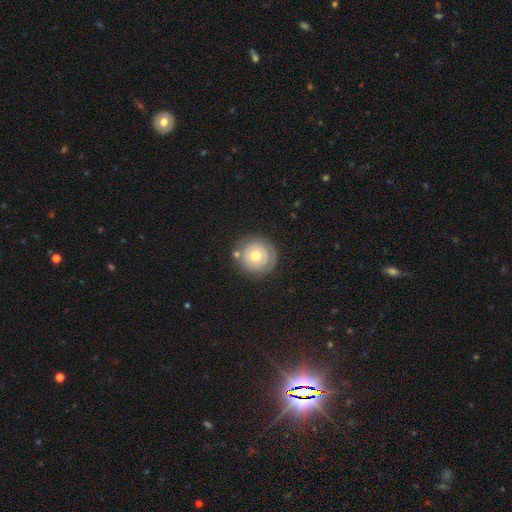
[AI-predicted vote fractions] smooth 51%, featured or disk 42%, star or artifact 7%. Down the decision tree: how rounded — round (93%); merging — none (77%).